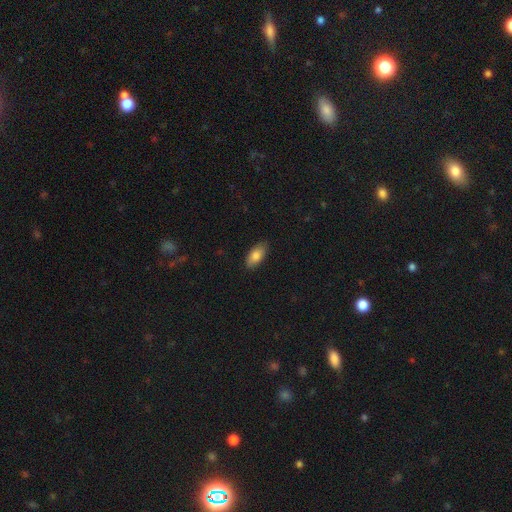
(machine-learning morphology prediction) Q: Smooth or featured?
A: smooth (83%); runner-up: featured or disk (10%)
Q: How rounded?
A: in between (91%); runner-up: cigar-shaped (6%)
Q: Merging?
A: none (85%); runner-up: minor disturbance (12%)